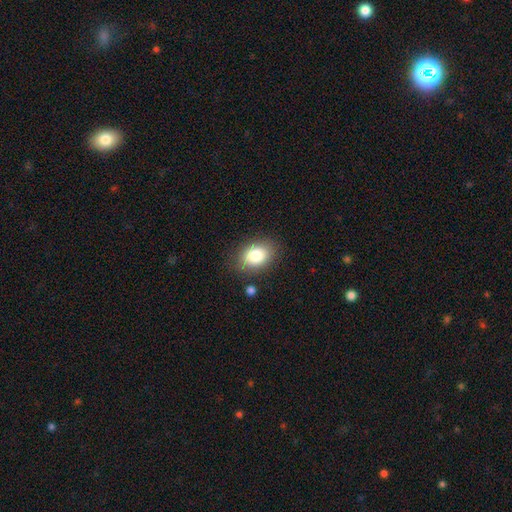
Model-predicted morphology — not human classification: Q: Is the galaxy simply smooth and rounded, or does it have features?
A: smooth — 82%.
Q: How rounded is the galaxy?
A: in between — 76%.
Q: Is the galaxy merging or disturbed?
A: none — 82%.